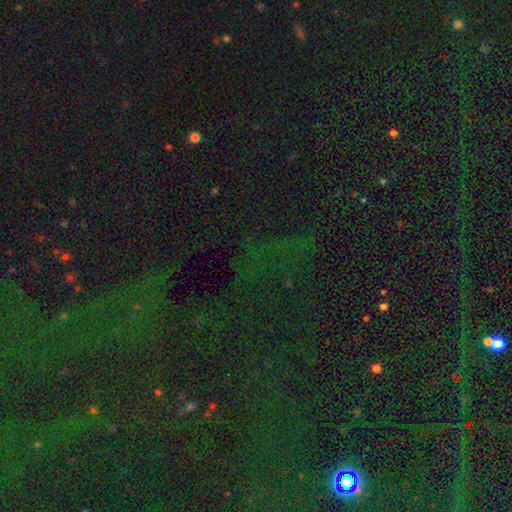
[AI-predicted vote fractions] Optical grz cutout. It shows a star or artifact, not a galaxy (80%).